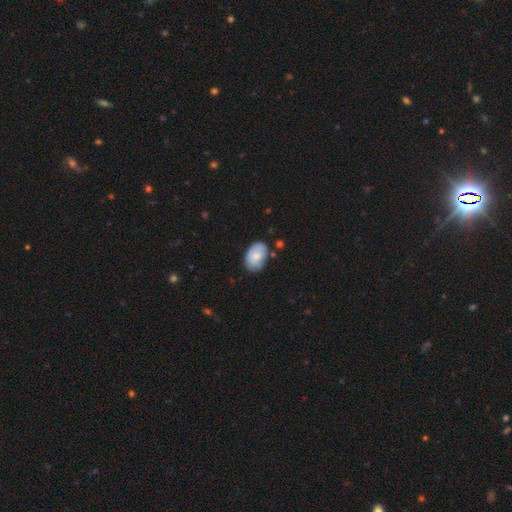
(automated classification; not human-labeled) smooth 74%, featured or disk 20%, star or artifact 6%. Down the decision tree: how rounded — in between (87%); merging — none (69%).